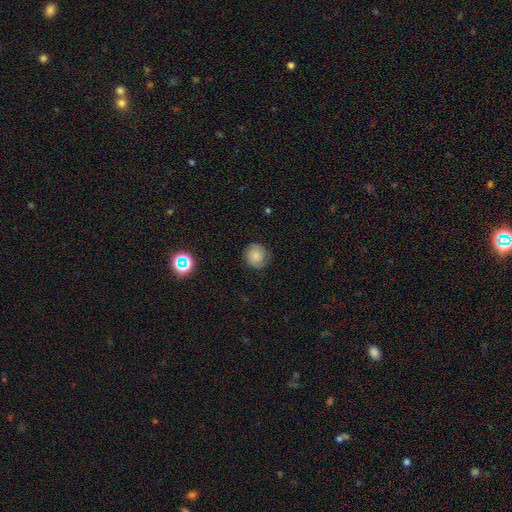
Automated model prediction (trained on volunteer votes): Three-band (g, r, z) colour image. It shows a smooth galaxy with no disk features (69%) that is round (88%). Merging: none (80%).